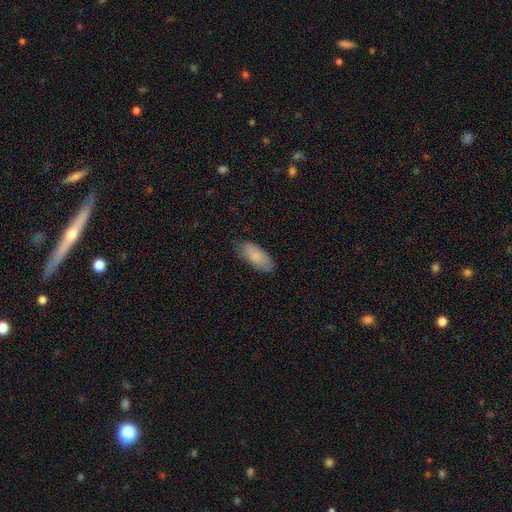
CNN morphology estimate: Smooth or featured?
  - smooth: 83% *
  - featured or disk: 11%
  - star or artifact: 6%
How rounded?
  - in between: 86% *
  - cigar-shaped: 13%
  - round: 2%
Merging?
  - none: 76% *
  - minor disturbance: 19%
  - major disturbance: 4%
  - merger: 1%